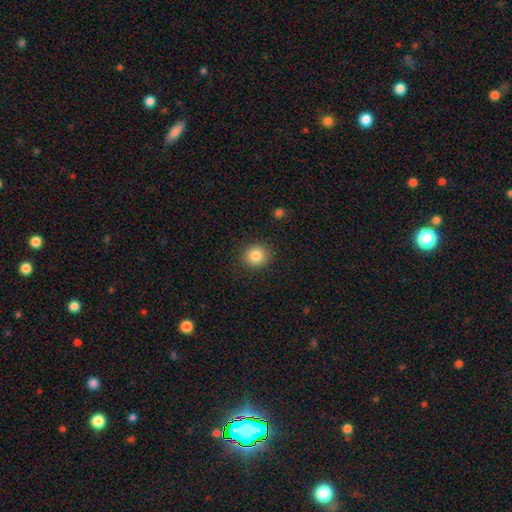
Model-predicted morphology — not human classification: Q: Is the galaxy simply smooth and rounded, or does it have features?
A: smooth — 84%.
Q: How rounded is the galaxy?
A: round — 87%.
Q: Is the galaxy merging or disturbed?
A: none — 89%.